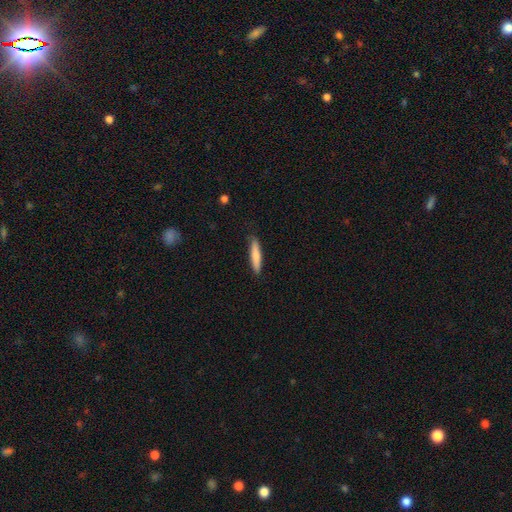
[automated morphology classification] A smooth galaxy with no disk features (78%) that is cigar-shaped (88%).

Vote fractions:
- Smooth or featured? smooth: 78% / featured or disk: 17% / star or artifact: 6%
- How rounded? cigar-shaped: 88% / in between: 11% / round: 1%
- Merging? none: 86% / minor disturbance: 11% / major disturbance: 2% / merger: 1%